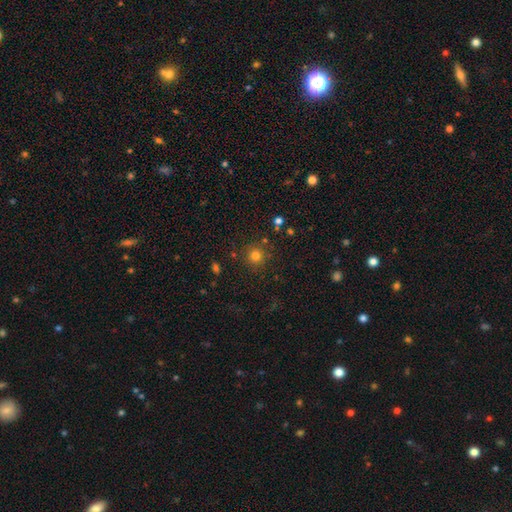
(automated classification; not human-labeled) Morphology: type=smooth (78%); roundness=round (94%); merging=none (86%).